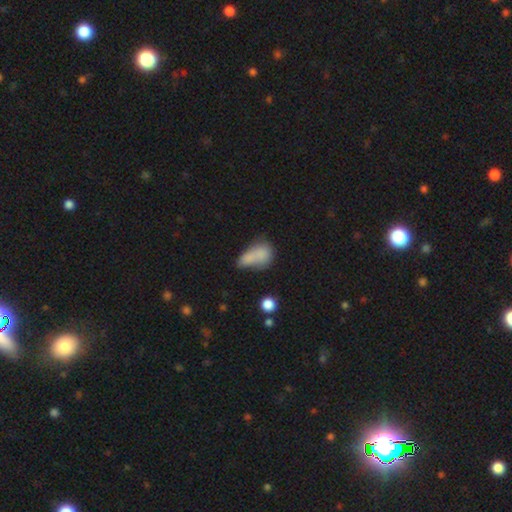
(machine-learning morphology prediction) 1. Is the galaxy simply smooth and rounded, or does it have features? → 76% smooth, 14% featured or disk, 11% star or artifact.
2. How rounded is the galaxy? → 79% in between, 12% round, 9% cigar-shaped.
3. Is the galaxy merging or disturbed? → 31% none, 26% merger, 25% minor disturbance, 17% major disturbance.